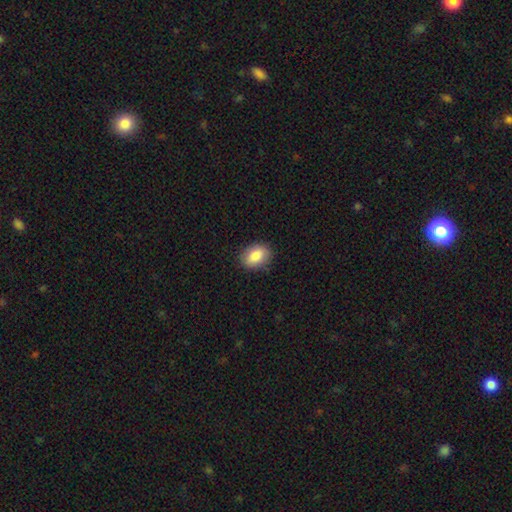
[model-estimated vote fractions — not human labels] smooth_or_featured: smooth (p=0.85) [alt: featured or disk p=0.08]
how_rounded: in between (p=0.79) [alt: round p=0.20]
merging: none (p=0.86) [alt: minor disturbance p=0.11]